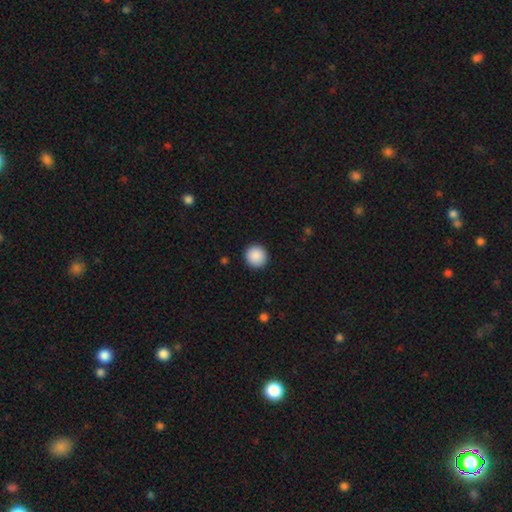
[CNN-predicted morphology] smooth 89%, star or artifact 8%, featured or disk 3%. Down the decision tree: how rounded — round (95%); merging — none (92%).